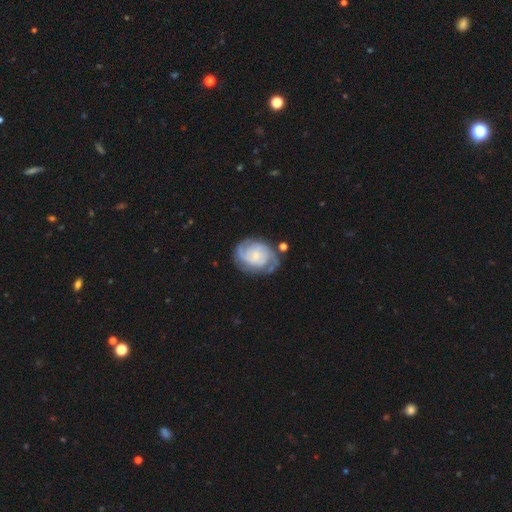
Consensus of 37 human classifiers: This appears to be a featured or disk galaxy (84%) with no bar (83%), 2 (86%) tight (45%) spiral arms (97%) and a small central bulge (47%). Merging: none (86%).